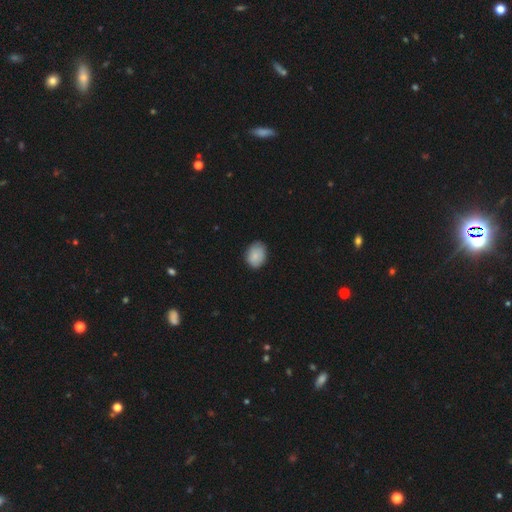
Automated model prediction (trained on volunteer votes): Smooth or featured? smooth (84%)
How rounded? in between (65%)
Merging? none (77%)